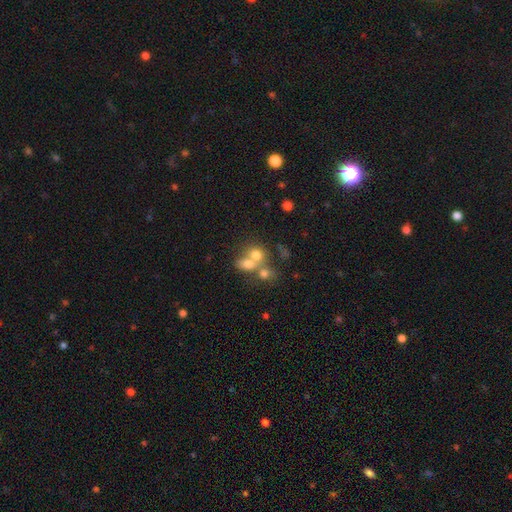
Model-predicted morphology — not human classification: Q: Smooth or featured?
A: smooth (68%); runner-up: featured or disk (18%)
Q: How rounded?
A: round (56%); runner-up: in between (42%)
Q: Merging?
A: merger (59%); runner-up: none (27%)